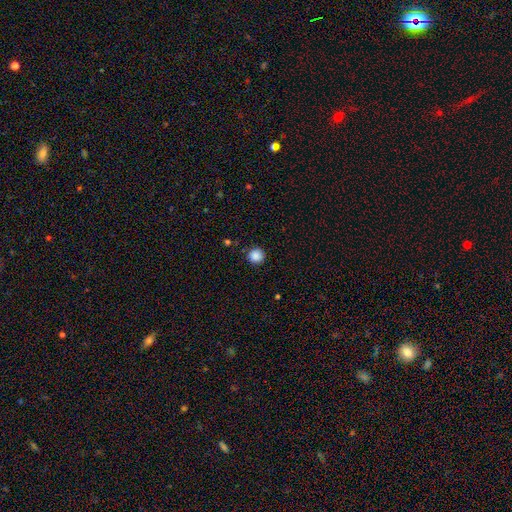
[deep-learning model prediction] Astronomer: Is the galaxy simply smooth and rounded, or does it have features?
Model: smooth — 87%.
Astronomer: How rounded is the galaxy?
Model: round — 95%.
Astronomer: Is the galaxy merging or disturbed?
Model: none — 90%.